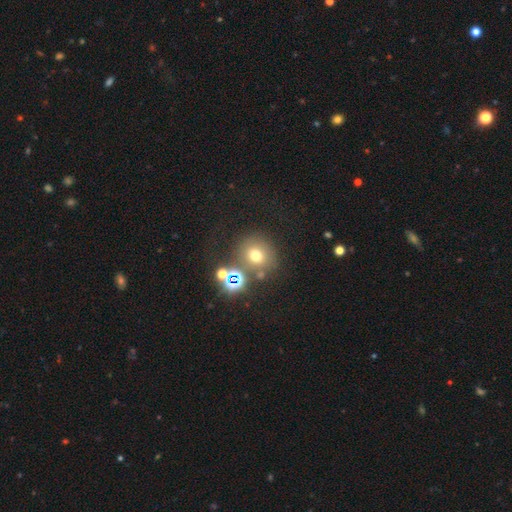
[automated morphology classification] A smooth galaxy with no disk features (65%) that is round (85%). Merging: none (70%).